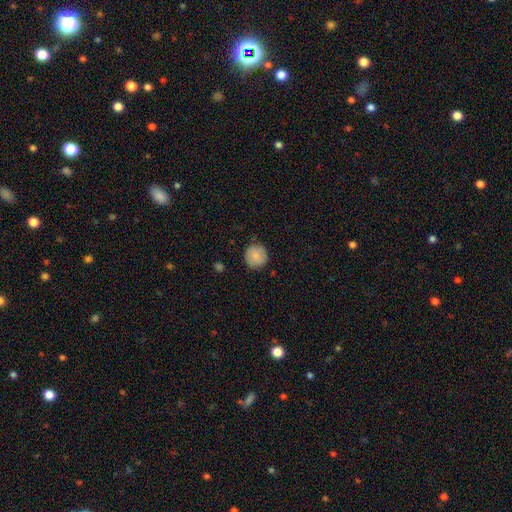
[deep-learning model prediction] Smooth or featured? Predicted: smooth (p=0.86). How rounded? Predicted: round (p=0.94). Merging? Predicted: none (p=0.87).